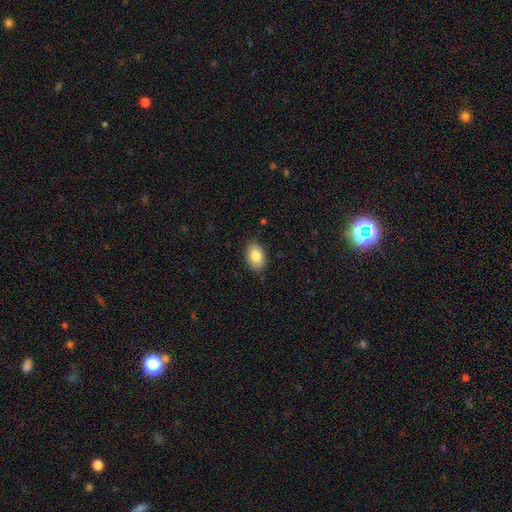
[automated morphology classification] The model was most divided on "merging": none: 84%, minor disturbance: 13%, major disturbance: 2%, merger: 1%. More confident: how rounded — in between (88%); smooth or featured — smooth (84%).